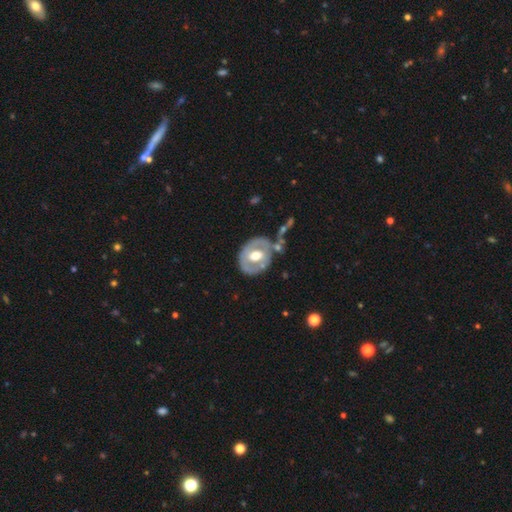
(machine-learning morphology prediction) Overall: featured or disk (62%; smooth 33%). Edge-on disk: no (94%). Bar: no (56%; weak 31%). Spiral arms: no (74%). Bulge size: moderate (69%). Merging: none (65%).